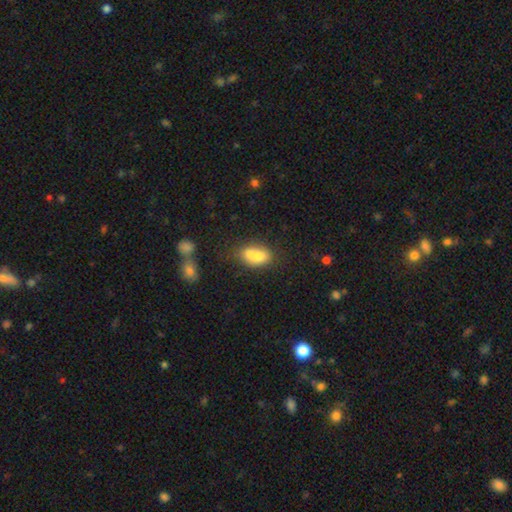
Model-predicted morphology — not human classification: This appears to be a smooth galaxy with no disk features (73%) that is in between round and cigar-shaped (83%). Merging: none (40%).